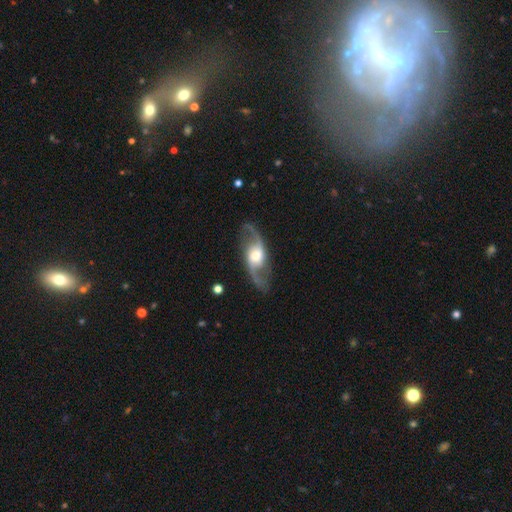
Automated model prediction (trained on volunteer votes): Q: Smooth or featured?
A: featured or disk (88%); runner-up: smooth (7%)
Q: Edge-on disk?
A: no (94%); runner-up: yes (6%)
Q: Bar?
A: no (50%); runner-up: weak (35%)
Q: Spiral arms?
A: yes (96%); runner-up: no (4%)
Q: Spiral winding?
A: loose (60%); runner-up: medium (34%)
Q: Spiral arm count?
A: 2 (94%); runner-up: can't tell (2%)
Q: Bulge size?
A: moderate (59%); runner-up: small (20%)
Q: Merging?
A: none (83%); runner-up: minor disturbance (11%)